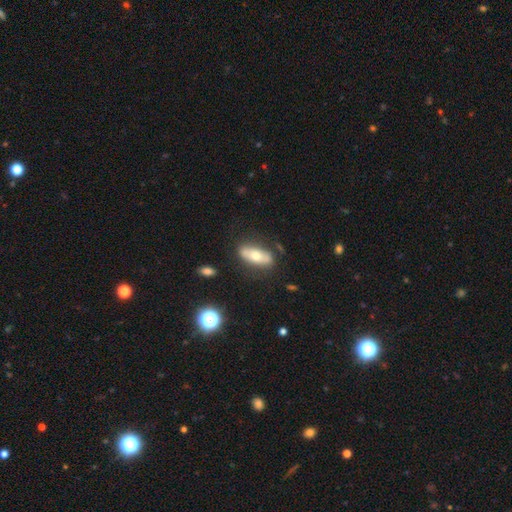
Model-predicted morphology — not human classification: Smooth or featured? smooth (56%)
How rounded? in between (69%)
Merging? none (79%)